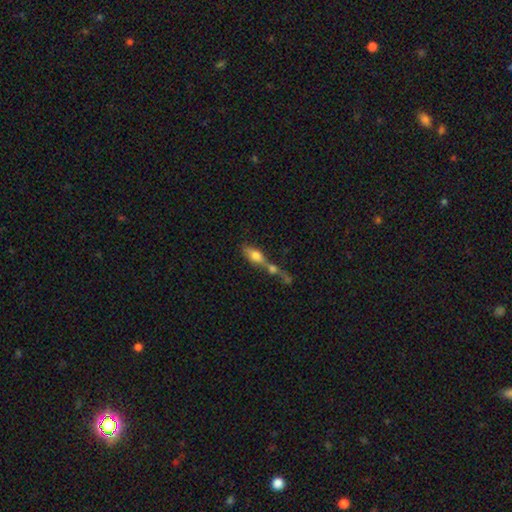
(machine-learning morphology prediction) type=smooth (64%); roundness=in between (65%); merging=merger (69%).